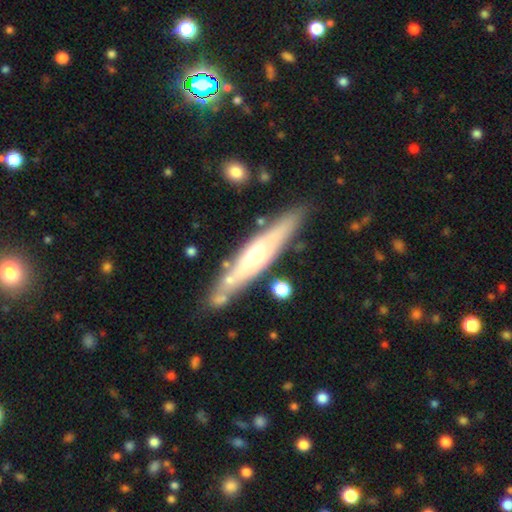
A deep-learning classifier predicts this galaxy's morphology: featured or disk 59%, smooth 36%, star or artifact 6%. Down the decision tree: edge-on disk — yes (84%); merging — none (79%).